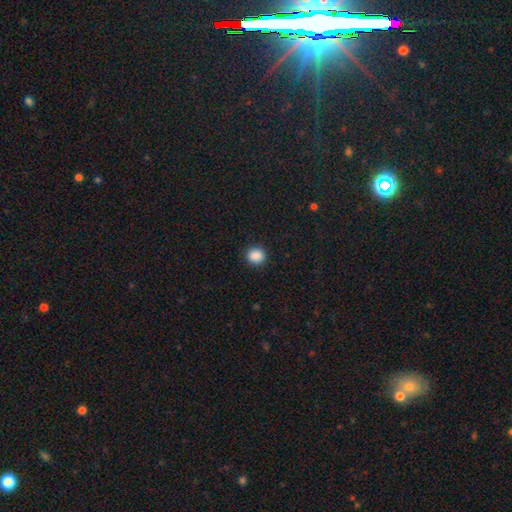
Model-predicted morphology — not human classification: type=smooth (88%); roundness=round (86%); merging=none (90%).